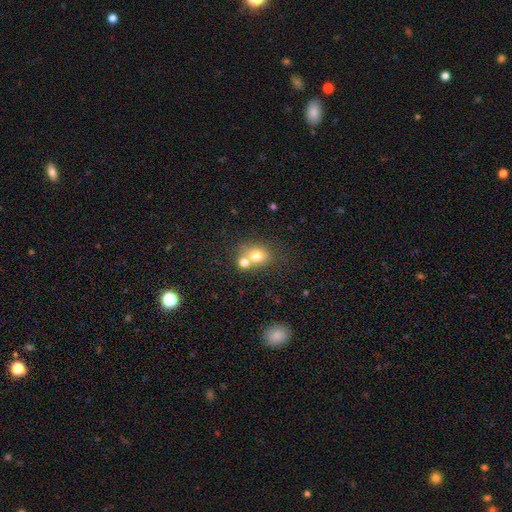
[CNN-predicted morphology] Smooth or featured: smooth — 72% (featured or disk — 16%)
How rounded: round — 62% (in between — 37%)
Merging: merger — 48% (none — 40%)